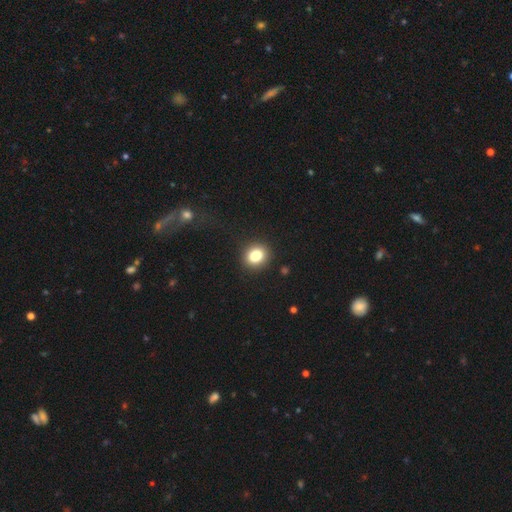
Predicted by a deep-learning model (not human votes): This is clearly a smooth galaxy (82%). How rounded: likely round (72%). Merging: clearly none (89%).